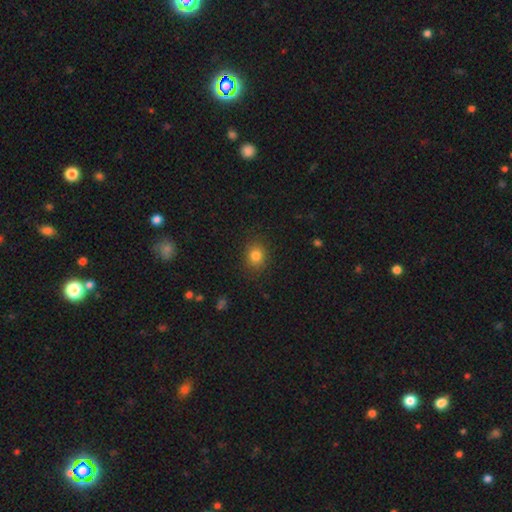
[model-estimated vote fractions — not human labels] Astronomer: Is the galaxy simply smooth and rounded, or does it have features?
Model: smooth — 82%.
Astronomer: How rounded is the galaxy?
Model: round — 69%.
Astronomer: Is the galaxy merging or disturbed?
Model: none — 87%.